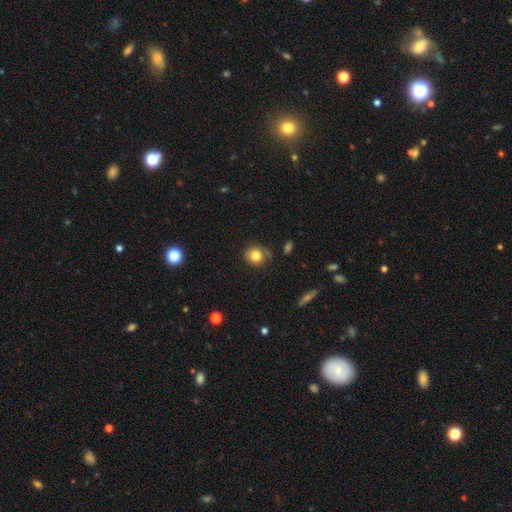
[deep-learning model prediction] Smooth or featured? smooth (80%)
How rounded? round (82%)
Merging? none (76%)